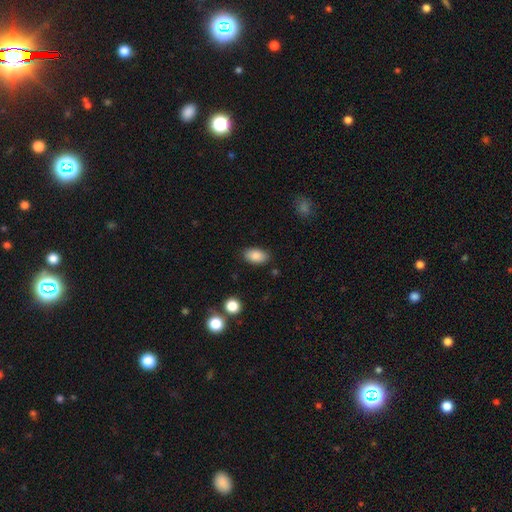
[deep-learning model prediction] smooth-or-featured: smooth: 87% | star or artifact: 8% | featured or disk: 5%
  how-rounded: in between: 92% | round: 7% | cigar-shaped: 2%
  merging: none: 85% | minor disturbance: 11% | major disturbance: 3% | merger: 2%